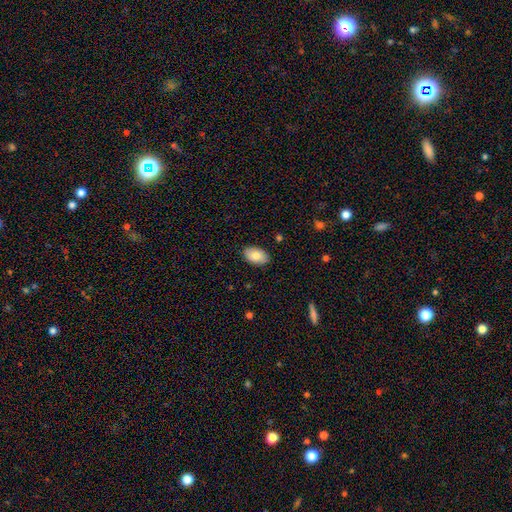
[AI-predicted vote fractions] This appears to be a smooth galaxy with no disk features (80%) that is in between round and cigar-shaped (92%). Merging: none (87%).